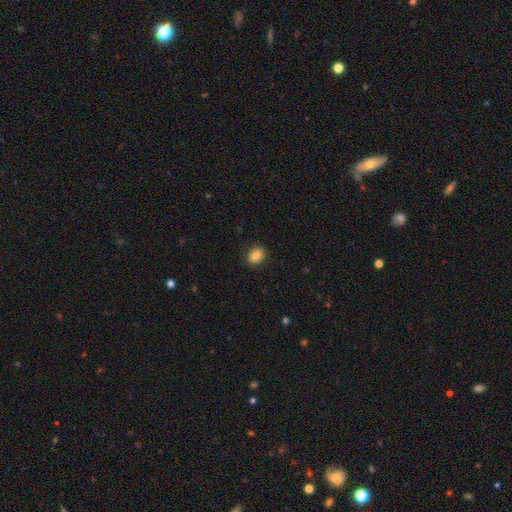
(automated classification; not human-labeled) A smooth galaxy with no disk features (85%) that is in between round and cigar-shaped (56%).

Vote fractions:
- Smooth or featured? smooth: 85% / star or artifact: 9% / featured or disk: 6%
- How rounded? in between: 56% / round: 43% / cigar-shaped: 1%
- Merging? none: 88% / minor disturbance: 9% / major disturbance: 2% / merger: 1%